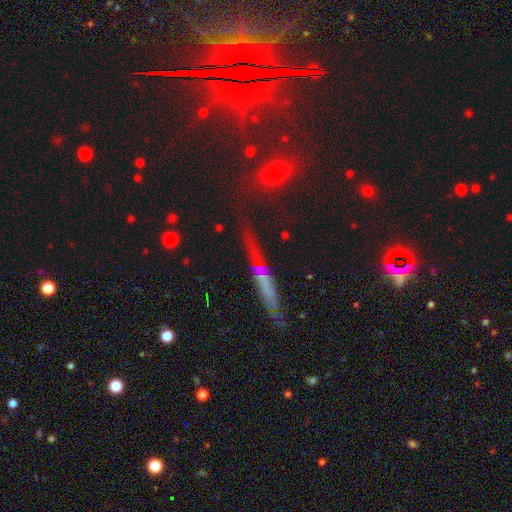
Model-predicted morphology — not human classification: Q: Smooth or featured?
A: featured or disk (47%); runner-up: smooth (29%)
Q: Merging?
A: none (77%); runner-up: minor disturbance (15%)